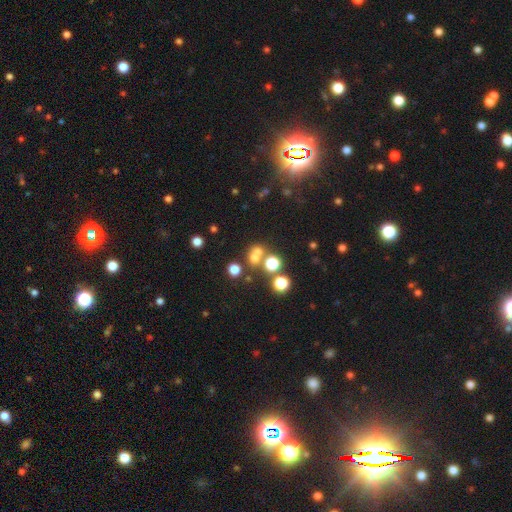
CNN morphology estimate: This is likely a smooth galaxy (60%). How rounded: likely round (79%). Merging: possibly none (49%).